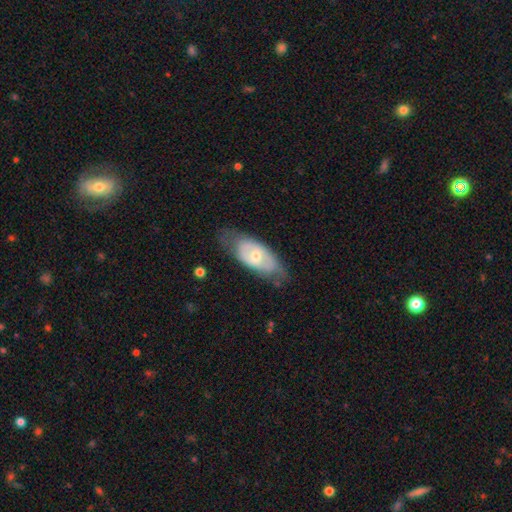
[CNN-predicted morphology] Smooth or featured? Predicted: featured or disk (p=0.57). Edge-on disk? Predicted: no (p=0.86). Merging? Predicted: none (p=0.65).